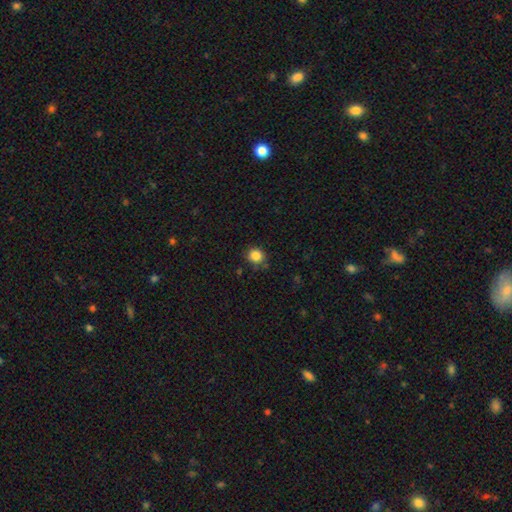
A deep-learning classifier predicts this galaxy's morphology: Overall: smooth (85%). How rounded: round (85%). Merging: none (82%).